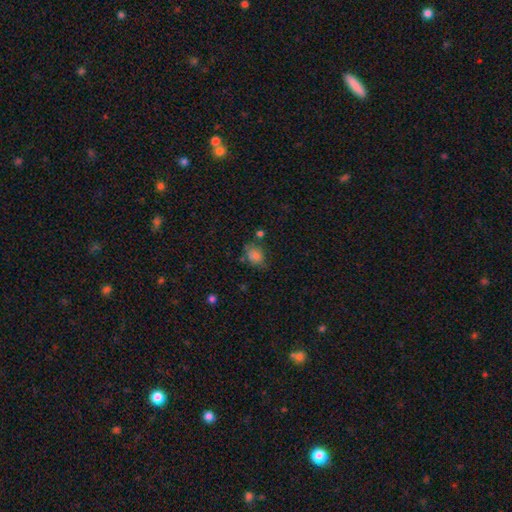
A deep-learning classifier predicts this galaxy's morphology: Smooth or featured? smooth (80%)
How rounded? in between (60%)
Merging? none (57%)